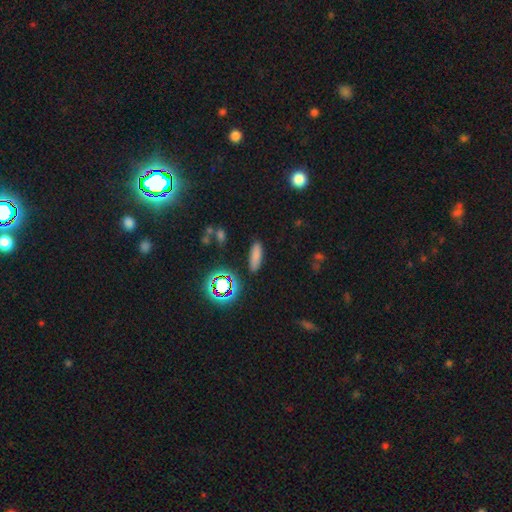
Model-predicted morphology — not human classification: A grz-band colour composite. It shows a smooth galaxy with no disk features (74%) that is in between round and cigar-shaped (52%). Merging: none (86%).